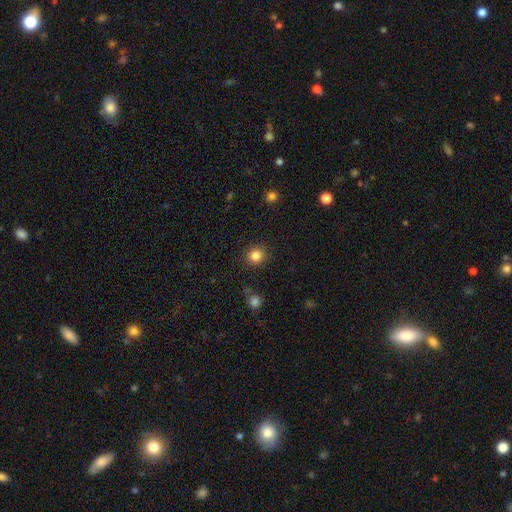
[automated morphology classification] A smooth galaxy with no disk features (84%) that is round (87%). Merging: none (90%).